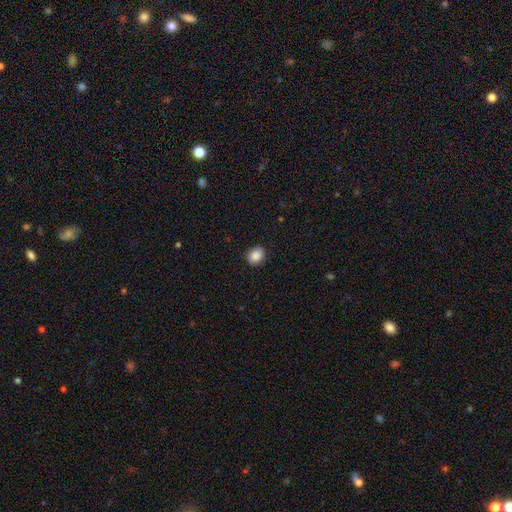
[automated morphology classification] Smooth or featured? Predicted: smooth (p=0.88). How rounded? Predicted: round (p=0.62). Merging? Predicted: none (p=0.88).